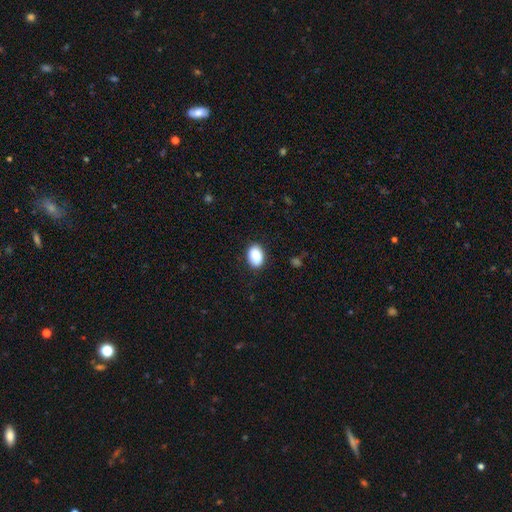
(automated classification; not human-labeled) Overall: smooth (90%). How rounded: in between (81%). Merging: none (88%).